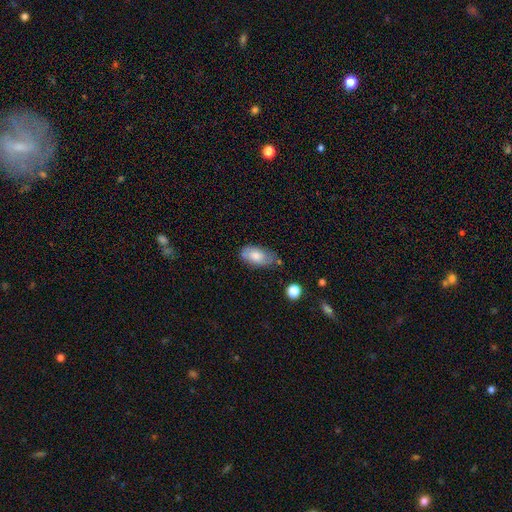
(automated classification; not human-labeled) Q: Smooth or featured?
A: smooth (73%); runner-up: featured or disk (20%)
Q: How rounded?
A: in between (92%); runner-up: round (4%)
Q: Merging?
A: none (59%); runner-up: minor disturbance (29%)